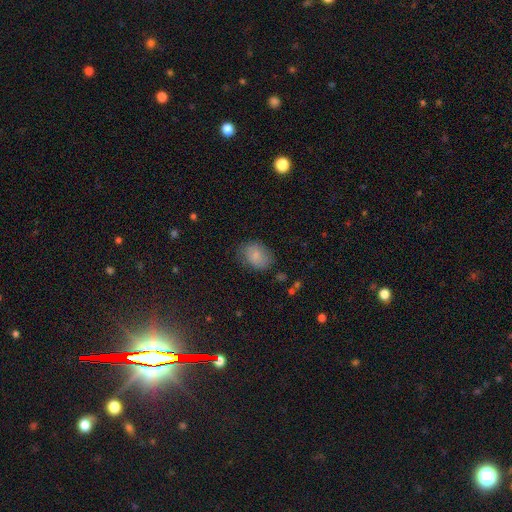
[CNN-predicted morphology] smooth 79%, featured or disk 13%, star or artifact 8%. Down the decision tree: how rounded — in between (72%); merging — none (72%).